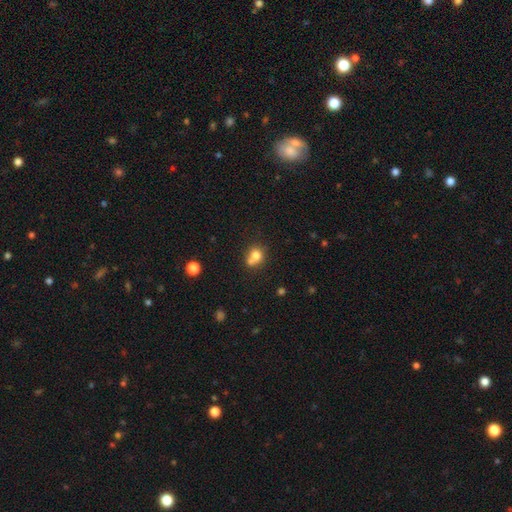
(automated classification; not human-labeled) Smooth or featured: smooth — 74% (featured or disk — 14%)
How rounded: round — 76% (in between — 23%)
Merging: merger — 43% (none — 42%)